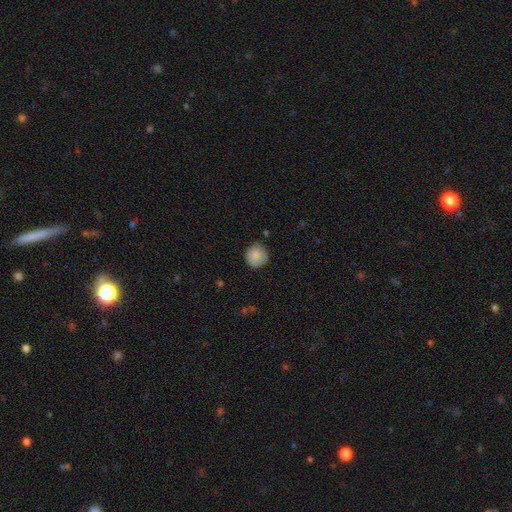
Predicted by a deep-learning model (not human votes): Smooth or featured? Predicted: smooth (p=0.85). How rounded? Predicted: round (p=0.93). Merging? Predicted: none (p=0.82).